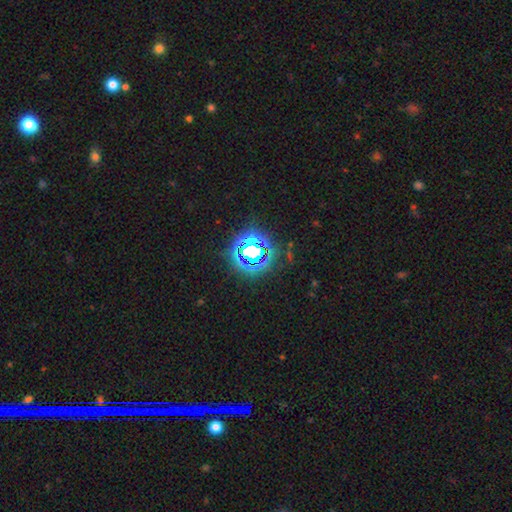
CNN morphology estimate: smooth_or_featured: star or artifact (p=0.74) [alt: smooth p=0.15]